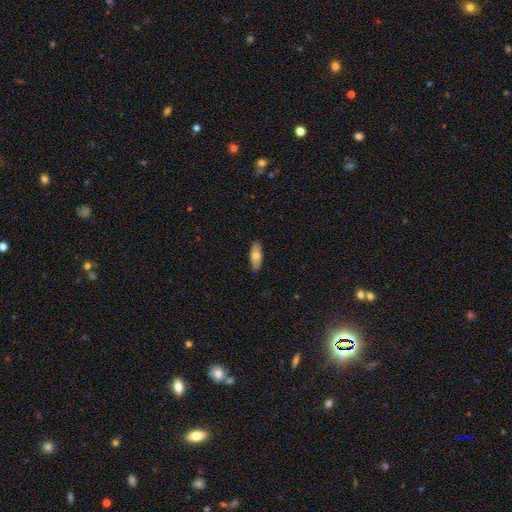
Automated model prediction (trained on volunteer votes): A smooth galaxy with no disk features (72%) that is in between round and cigar-shaped (71%).

Vote fractions:
- Smooth or featured? smooth: 72% / featured or disk: 21% / star or artifact: 6%
- How rounded? in between: 71% / cigar-shaped: 26% / round: 2%
- Merging? none: 89% / minor disturbance: 8% / major disturbance: 2% / merger: 1%